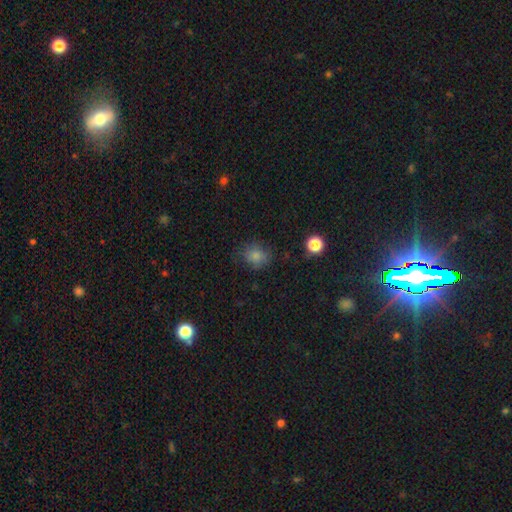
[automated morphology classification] Smooth or featured? smooth (81%)
How rounded? round (69%)
Merging? none (72%)